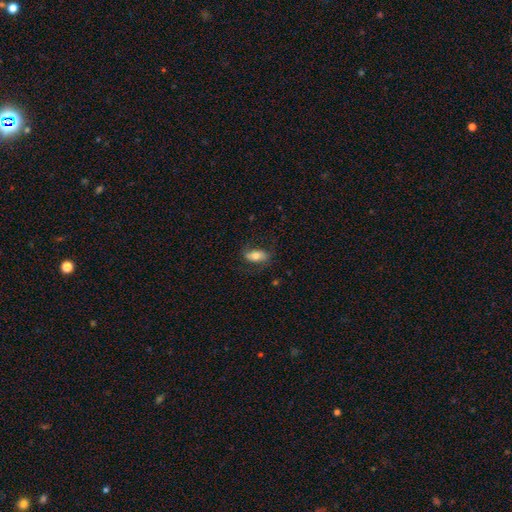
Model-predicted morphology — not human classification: Overall: smooth (67%). How rounded: in between (86%). Merging: none (75%).